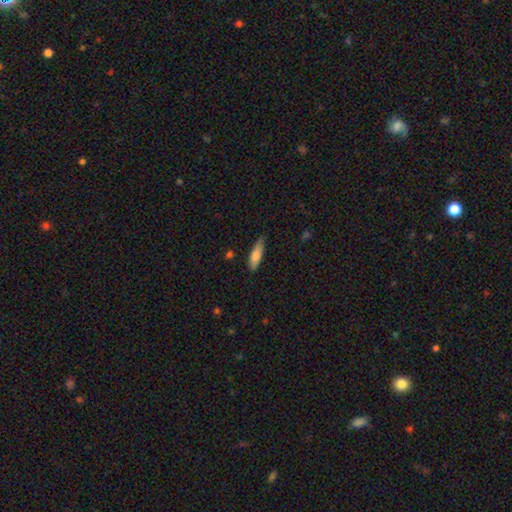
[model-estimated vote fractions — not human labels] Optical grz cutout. It shows a smooth galaxy with no disk features (78%) that is cigar-shaped (57%). Merging: none (72%).